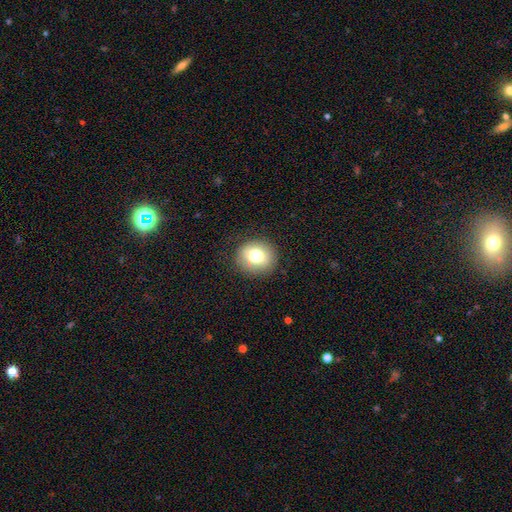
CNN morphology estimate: A smooth galaxy with no disk features (76%) that is round (80%). Merging: none (85%).